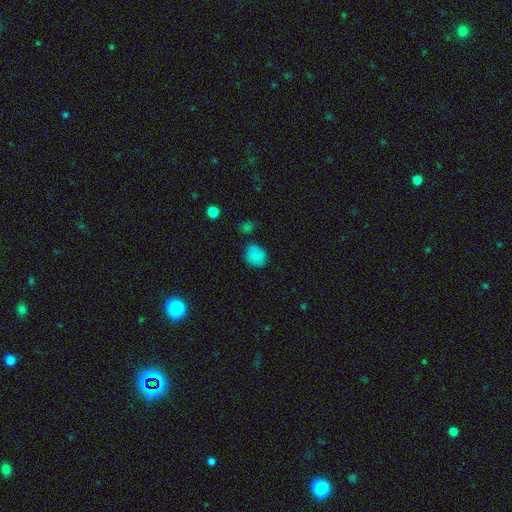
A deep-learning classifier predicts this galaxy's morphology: Overall: smooth (82%). How rounded: round (70%). Merging: none (71%).